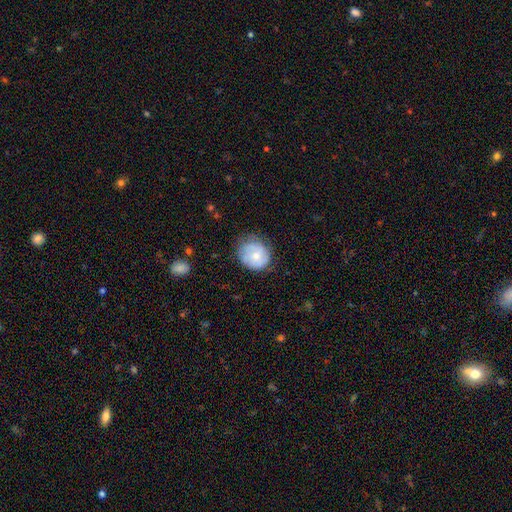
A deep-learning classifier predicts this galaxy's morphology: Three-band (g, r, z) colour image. It shows a smooth galaxy with no disk features (61%) that is round (74%). Merging: none (58%).